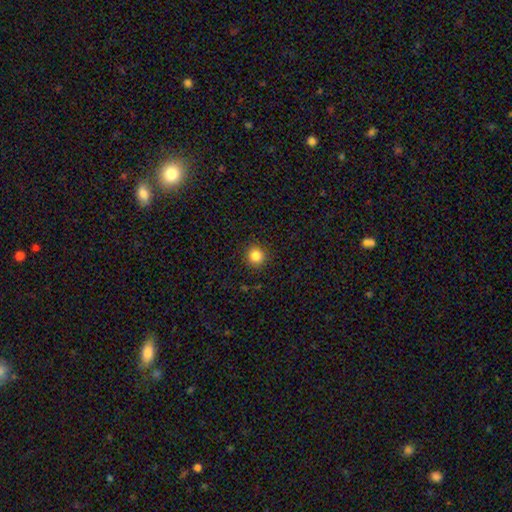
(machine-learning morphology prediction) Smooth or featured? Predicted: smooth (p=0.85). How rounded? Predicted: round (p=0.94). Merging? Predicted: none (p=0.91).